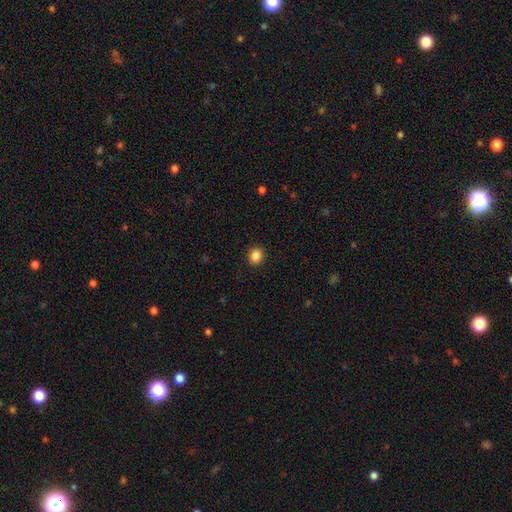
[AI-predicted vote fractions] Overall: smooth (86%). How rounded: round (82%). Merging: none (91%).